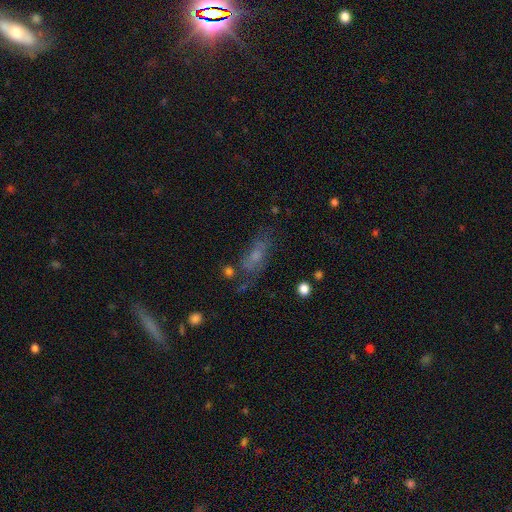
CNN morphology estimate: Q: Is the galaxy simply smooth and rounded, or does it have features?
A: smooth — 46%.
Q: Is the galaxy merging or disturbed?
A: none — 50%.